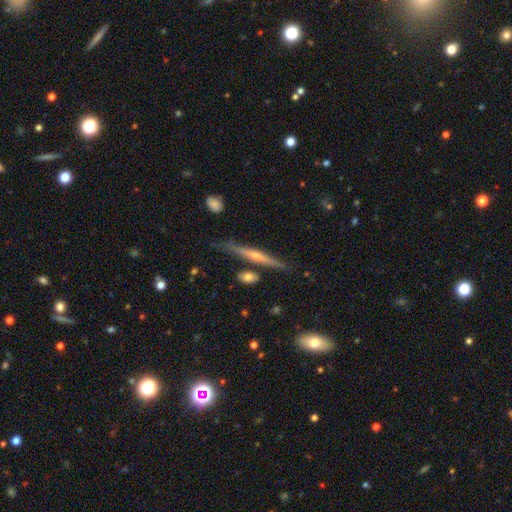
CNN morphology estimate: A featured or disk galaxy (69%) viewed edge-on (96%) with a rounded central bulge (66%). Merging: none (80%).